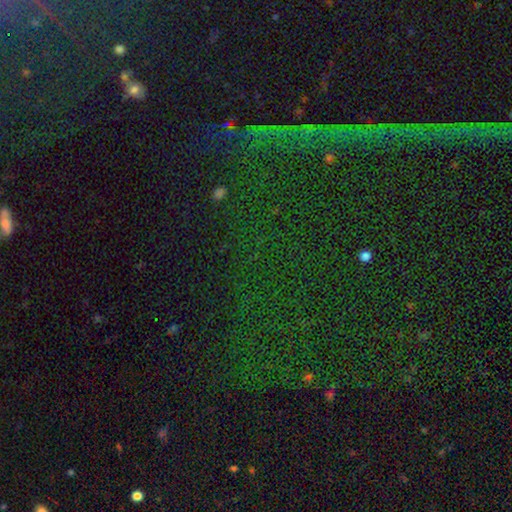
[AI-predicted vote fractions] Q: Smooth or featured?
A: star or artifact (83%); runner-up: smooth (8%)